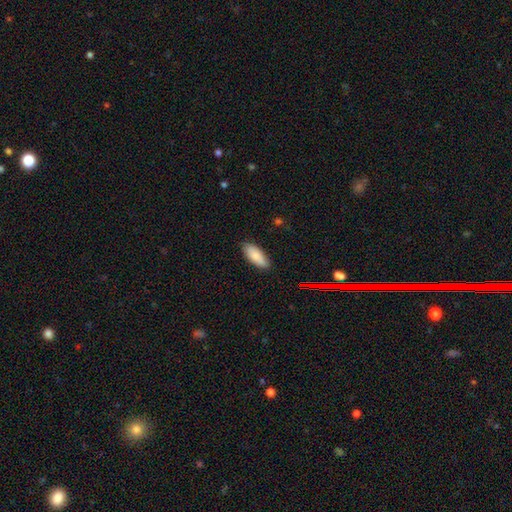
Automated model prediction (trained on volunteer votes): Q: Smooth or featured?
A: smooth (84%); runner-up: featured or disk (9%)
Q: How rounded?
A: in between (80%); runner-up: cigar-shaped (18%)
Q: Merging?
A: none (85%); runner-up: minor disturbance (12%)